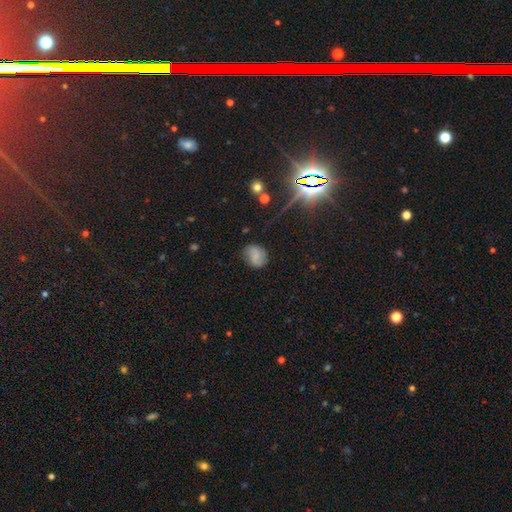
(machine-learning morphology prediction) This is likely a smooth galaxy (63%). How rounded: possibly round (53%). Merging: likely none (75%).